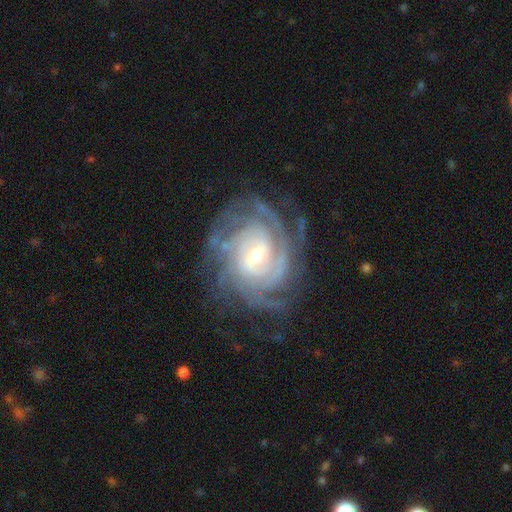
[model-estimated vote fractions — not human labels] Q: Smooth or featured?
A: featured or disk (91%); runner-up: star or artifact (5%)
Q: Edge-on disk?
A: no (97%); runner-up: yes (3%)
Q: Bar?
A: weak (47%); runner-up: no (34%)
Q: Spiral arms?
A: yes (98%); runner-up: no (2%)
Q: Spiral winding?
A: tight (76%); runner-up: medium (20%)
Q: Spiral arm count?
A: 4 (25%); runner-up: can't tell (24%)
Q: Bulge size?
A: moderate (50%); runner-up: small (45%)
Q: Merging?
A: none (74%); runner-up: minor disturbance (16%)